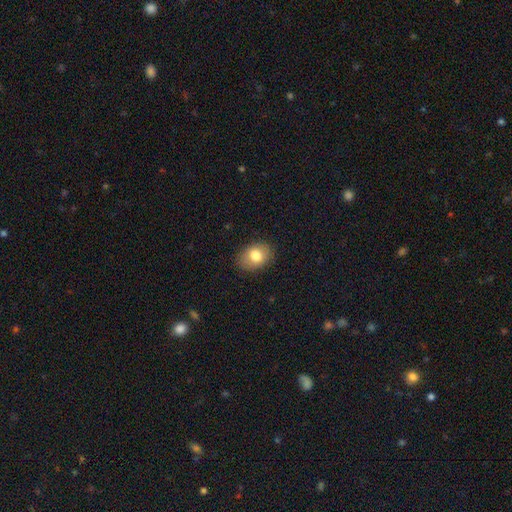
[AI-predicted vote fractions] Smooth or featured?
  - smooth: 78% *
  - featured or disk: 13%
  - star or artifact: 9%
How rounded?
  - in between: 71% *
  - round: 28%
  - cigar-shaped: 1%
Merging?
  - none: 85% *
  - minor disturbance: 11%
  - major disturbance: 3%
  - merger: 1%